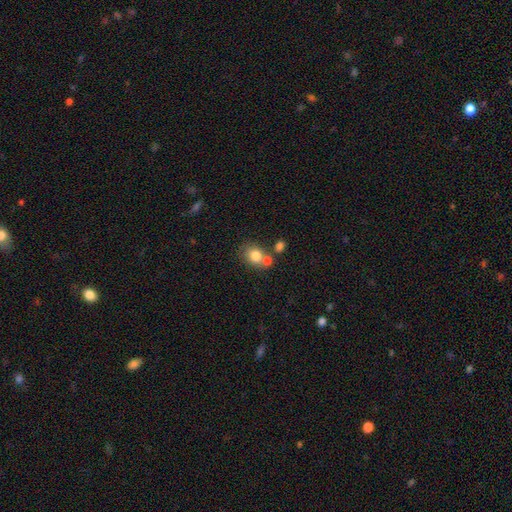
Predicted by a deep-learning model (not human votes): This appears to be a smooth galaxy with no disk features (78%) that is round (58%). Merging: none (49%).